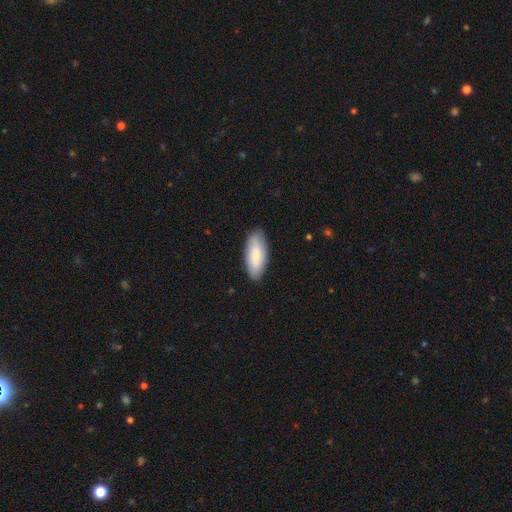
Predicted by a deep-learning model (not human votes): Smooth or featured? Predicted: smooth (p=0.80). How rounded? Predicted: in between (p=0.83). Merging? Predicted: none (p=0.86).